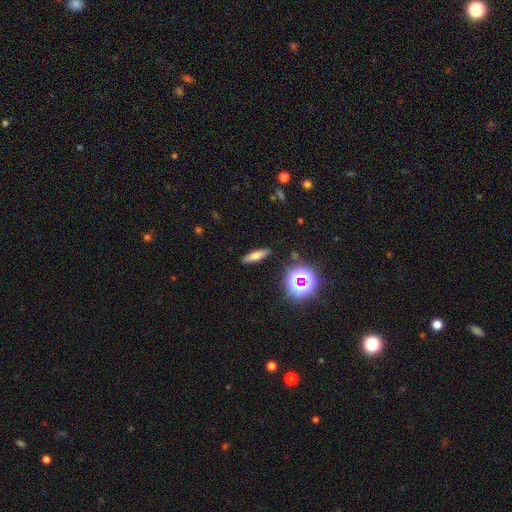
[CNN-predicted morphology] Smooth or featured?
  - smooth: 66% *
  - featured or disk: 18%
  - star or artifact: 15%
How rounded?
  - cigar-shaped: 60% *
  - in between: 34%
  - round: 6%
Merging?
  - none: 87% *
  - minor disturbance: 9%
  - major disturbance: 3%
  - merger: 2%